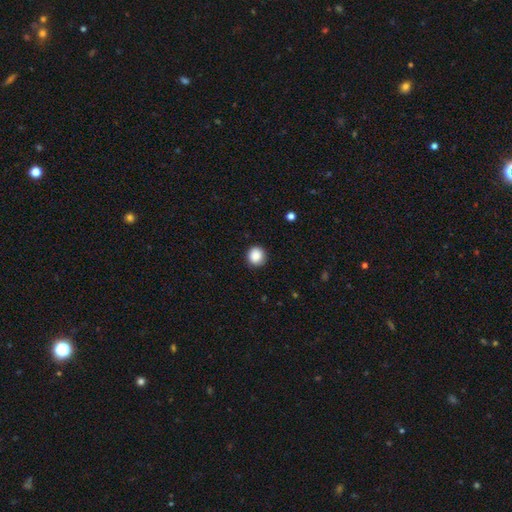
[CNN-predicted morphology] smooth-or-featured: smooth: 88% | star or artifact: 9% | featured or disk: 3%
  how-rounded: round: 91% | in between: 8% | cigar-shaped: 1%
  merging: none: 88% | minor disturbance: 9% | major disturbance: 2% | merger: 1%